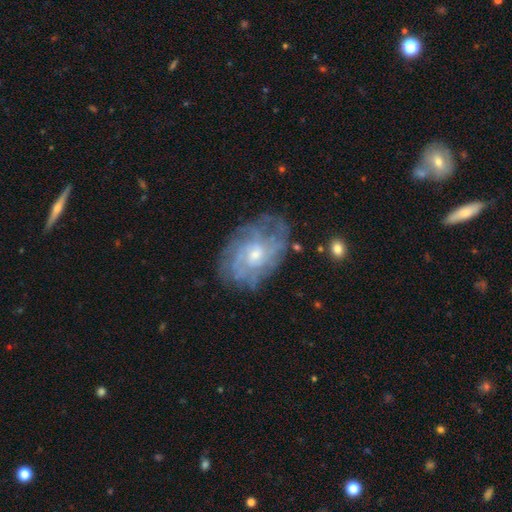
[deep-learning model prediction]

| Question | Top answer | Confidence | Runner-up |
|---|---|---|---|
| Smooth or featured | featured or disk | 79% | smooth (13%) |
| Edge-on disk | no | 96% | yes (4%) |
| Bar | no | 69% | weak (27%) |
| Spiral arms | yes | 91% | no (9%) |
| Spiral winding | tight | 60% | medium (30%) |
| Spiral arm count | can't tell | 48% | 4 (15%) |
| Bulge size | moderate | 49% | small (46%) |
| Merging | none | 76% | minor disturbance (17%) |